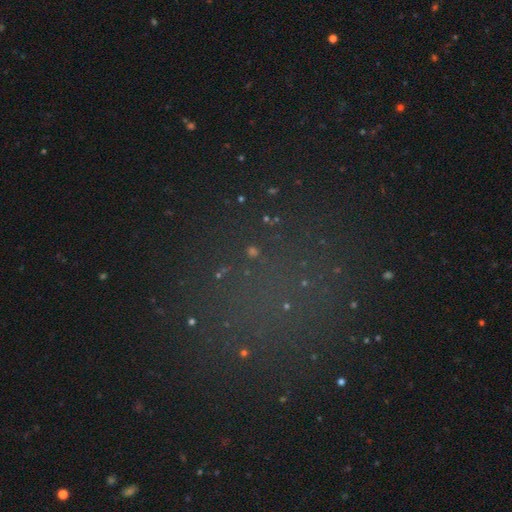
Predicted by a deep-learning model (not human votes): Q: Smooth or featured?
A: star or artifact (58%); runner-up: smooth (27%)